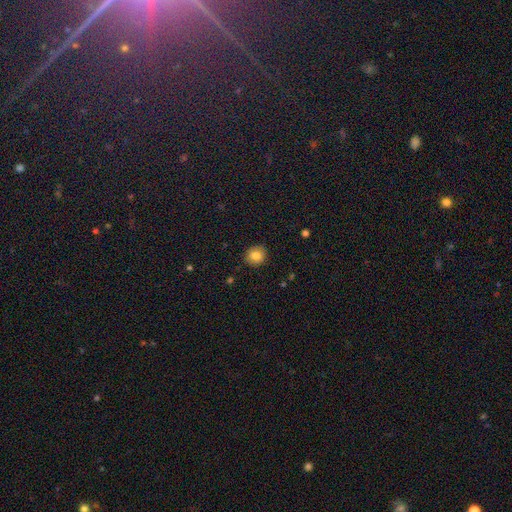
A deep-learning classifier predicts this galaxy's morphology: Smooth or featured? Predicted: smooth (p=0.83). How rounded? Predicted: round (p=0.83). Merging? Predicted: none (p=0.89).